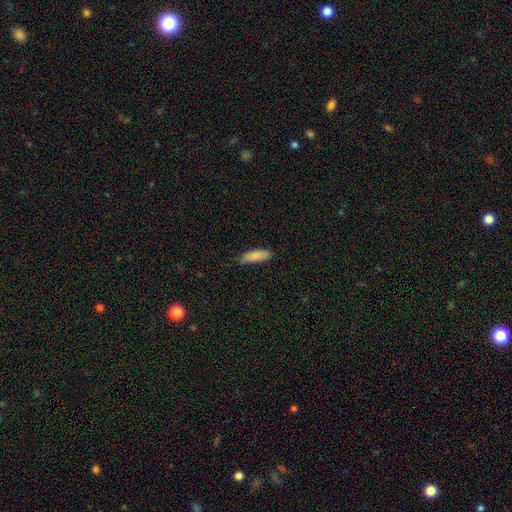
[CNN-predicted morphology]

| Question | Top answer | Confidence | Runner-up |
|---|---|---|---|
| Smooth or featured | smooth | 87% | featured or disk (7%) |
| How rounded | cigar-shaped | 52% | in between (47%) |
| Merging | none | 79% | minor disturbance (17%) |